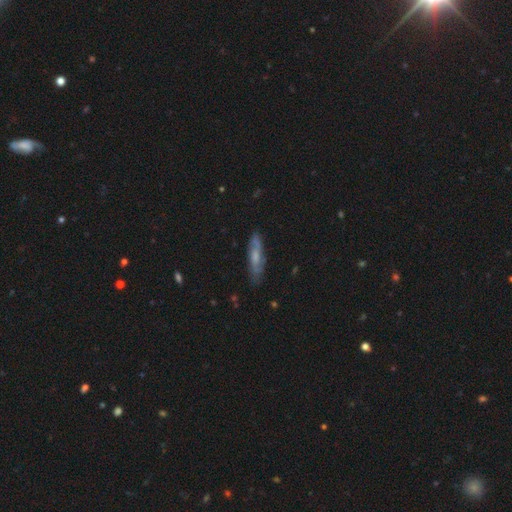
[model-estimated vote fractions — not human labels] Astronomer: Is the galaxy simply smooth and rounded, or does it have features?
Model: featured or disk — 51% (runner-up: smooth, 41%).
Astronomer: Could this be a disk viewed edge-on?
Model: no — 55% (runner-up: yes, 45%).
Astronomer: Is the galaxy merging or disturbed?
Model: none — 75%.